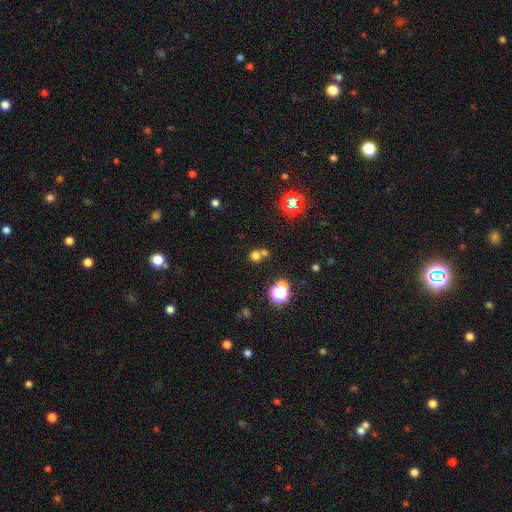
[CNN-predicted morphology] The model was most divided on "merging": none: 56%, merger: 34%, minor disturbance: 6%, major disturbance: 3%. More confident: how rounded — round (87%); smooth or featured — smooth (63%).